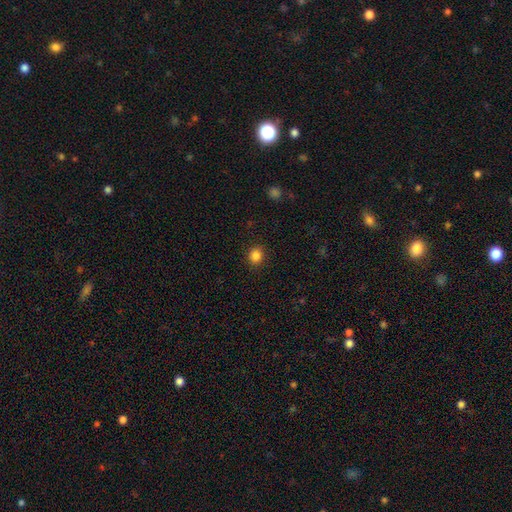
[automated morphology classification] type=smooth (85%); roundness=round (83%); merging=none (90%).